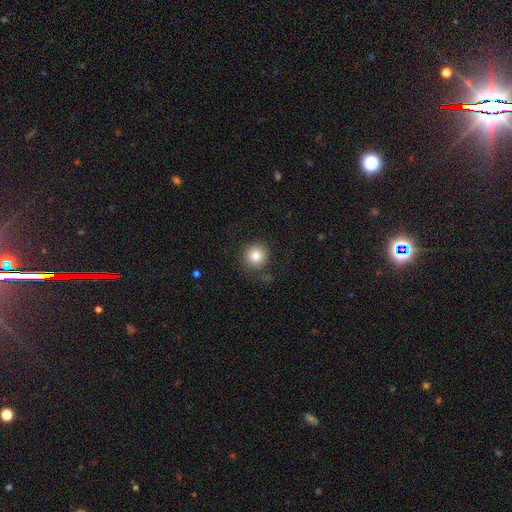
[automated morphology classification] smooth_or_featured: smooth (p=0.83) [alt: star or artifact p=0.10]
how_rounded: round (p=0.92) [alt: in between p=0.07]
merging: none (p=0.82) [alt: minor disturbance p=0.11]